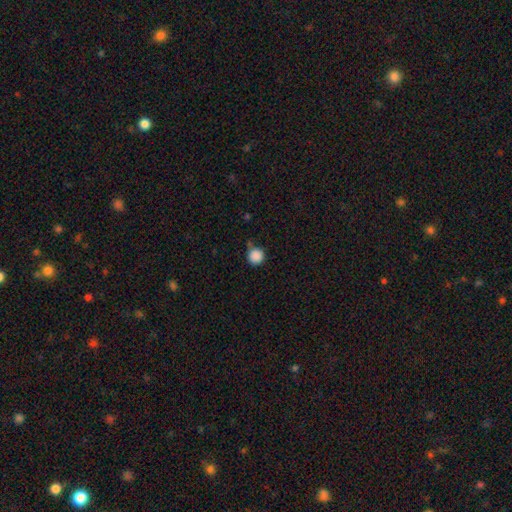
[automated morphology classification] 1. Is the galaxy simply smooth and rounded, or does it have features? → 87% smooth, 10% star or artifact, 3% featured or disk.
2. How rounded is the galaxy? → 95% round, 4% in between, 1% cigar-shaped.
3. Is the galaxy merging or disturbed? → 72% none, 19% minor disturbance, 5% merger, 4% major disturbance.